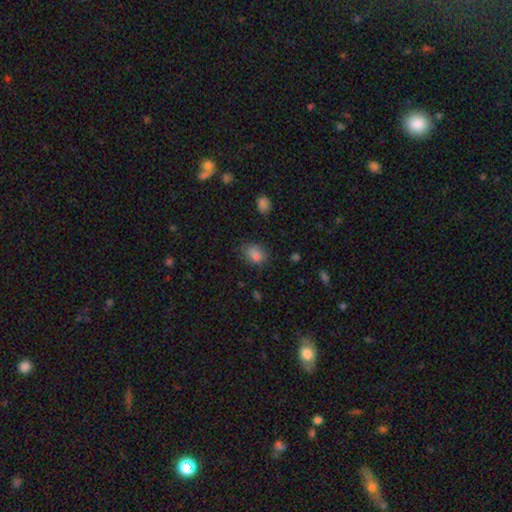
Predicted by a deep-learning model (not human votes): This is clearly a smooth galaxy (81%). How rounded: possibly in between (59%). Merging: likely none (69%).